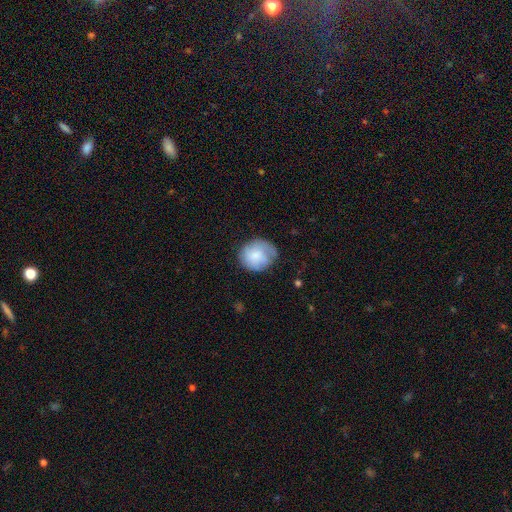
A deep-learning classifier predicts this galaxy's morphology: Smooth or featured: smooth — 71% (featured or disk — 22%)
How rounded: round — 74% (in between — 25%)
Merging: none — 61% (minor disturbance — 27%)